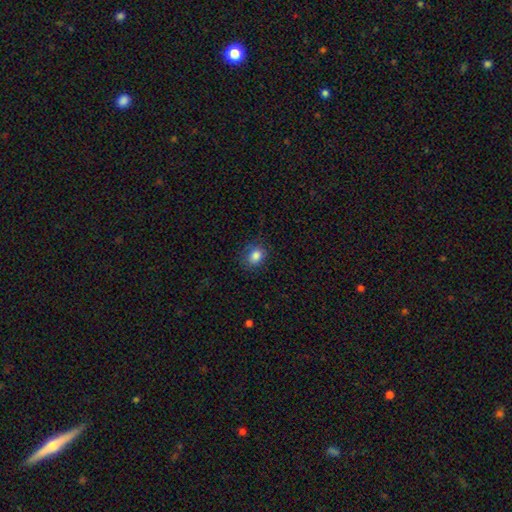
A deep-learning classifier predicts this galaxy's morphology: The model was most divided on "how rounded": round: 51%, in between: 48%, cigar-shaped: 1%. More confident: smooth or featured — smooth (84%); merging — none (79%).